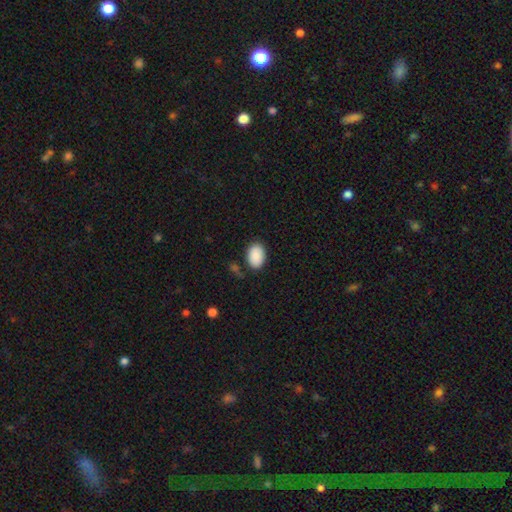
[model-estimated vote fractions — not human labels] The model was most divided on "merging": none: 81%, minor disturbance: 12%, major disturbance: 3%, merger: 3%. More confident: smooth or featured — smooth (90%); how rounded — in between (89%).